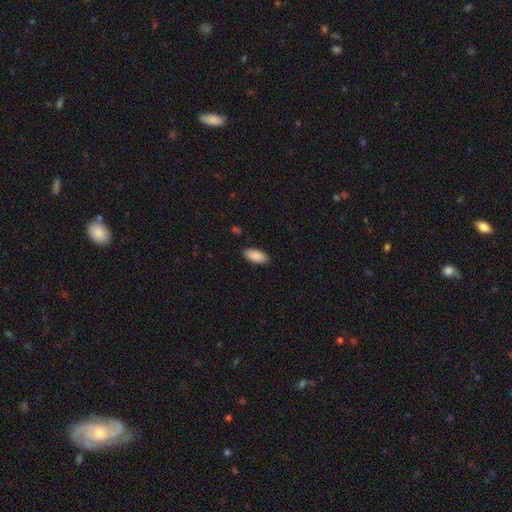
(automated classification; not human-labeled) Overall: smooth (91%). How rounded: in between (90%). Merging: none (89%).